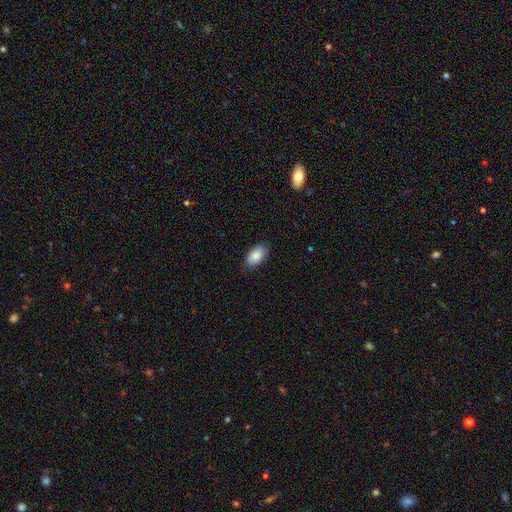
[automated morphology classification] Smooth or featured: smooth — 87% (featured or disk — 7%)
How rounded: in between — 94% (round — 4%)
Merging: none — 84% (minor disturbance — 13%)